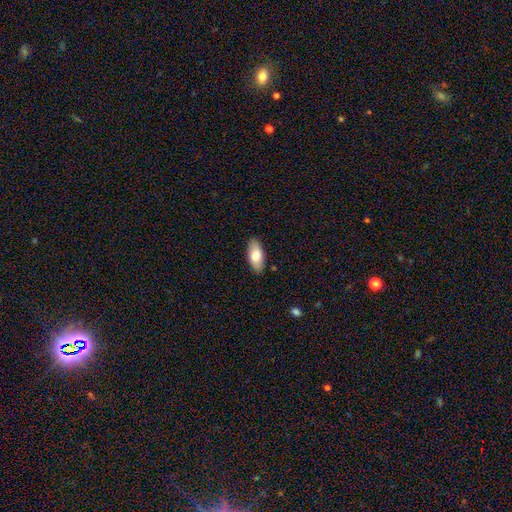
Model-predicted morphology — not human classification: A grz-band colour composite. It shows a smooth galaxy with no disk features (77%) that is in between round and cigar-shaped (90%). Merging: none (88%).